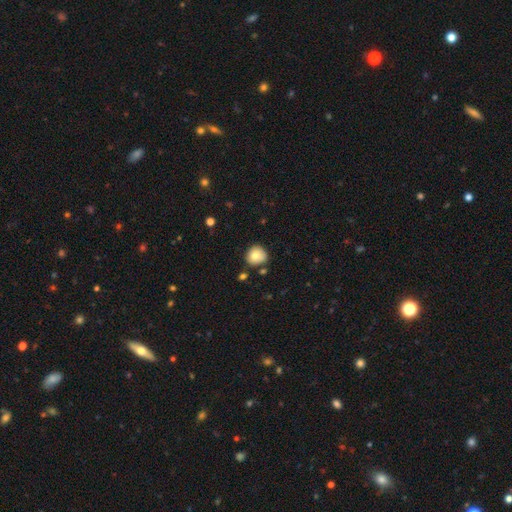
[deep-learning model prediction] Overall: smooth (81%). How rounded: round (88%). Merging: none (80%).